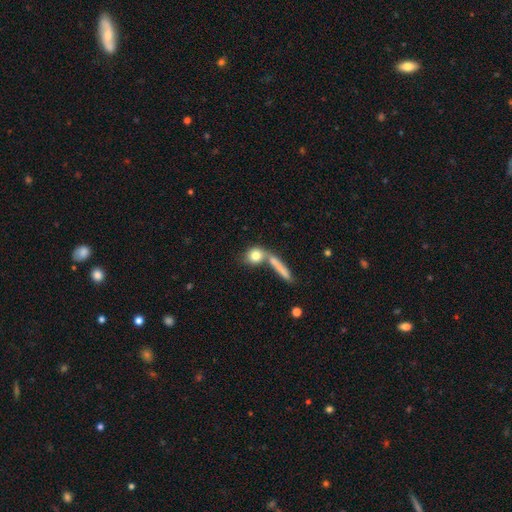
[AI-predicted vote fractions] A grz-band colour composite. It shows a smooth galaxy with no disk features (78%) that is round (65%). Merging: none (46%).